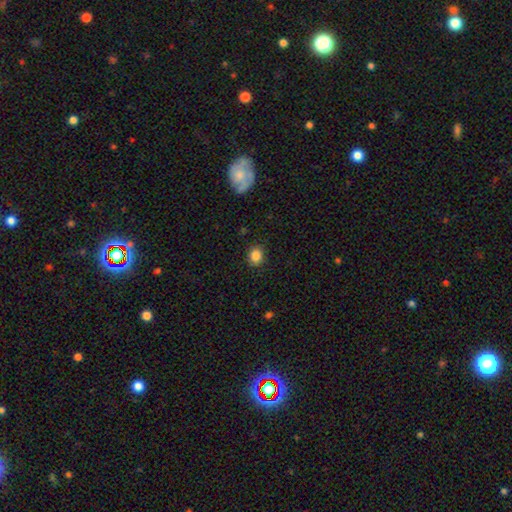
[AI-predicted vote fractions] Smooth or featured?
  - smooth: 86% *
  - star or artifact: 10%
  - featured or disk: 4%
How rounded?
  - round: 71% *
  - in between: 28%
  - cigar-shaped: 1%
Merging?
  - none: 87% *
  - minor disturbance: 9%
  - major disturbance: 2%
  - merger: 1%